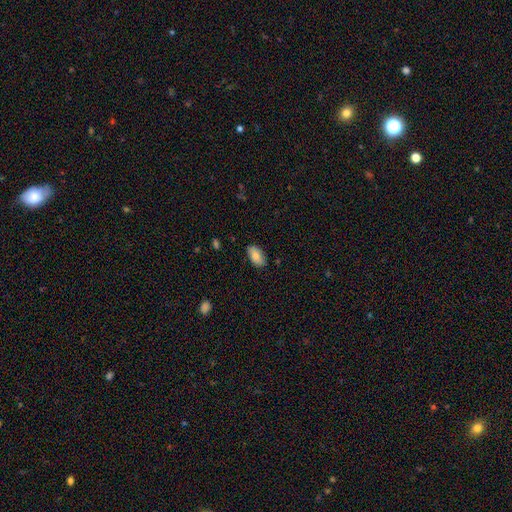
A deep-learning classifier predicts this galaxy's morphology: Smooth or featured? smooth (80%)
How rounded? in between (94%)
Merging? none (84%)